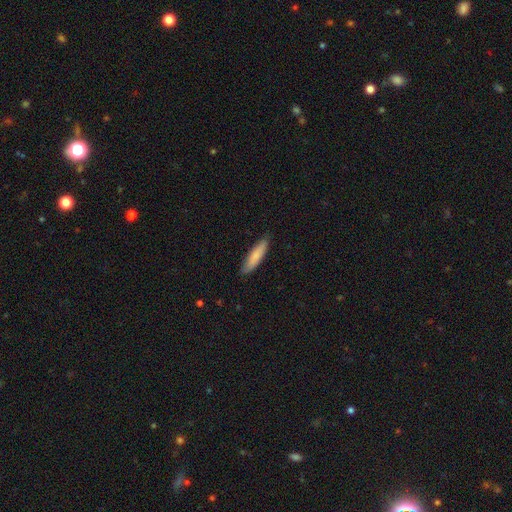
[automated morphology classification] Smooth or featured? Predicted: smooth (p=0.82). How rounded? Predicted: cigar-shaped (p=0.77). Merging? Predicted: none (p=0.85).